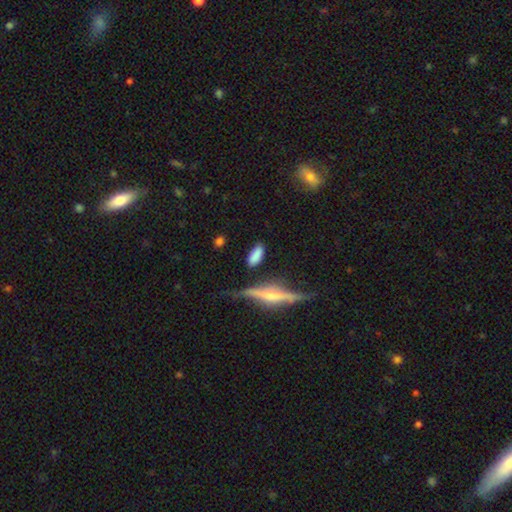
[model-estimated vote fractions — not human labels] A smooth galaxy with no disk features (78%) that is in between round and cigar-shaped (79%).

Vote fractions:
- Smooth or featured? smooth: 78% / featured or disk: 15% / star or artifact: 7%
- How rounded? in between: 79% / cigar-shaped: 17% / round: 3%
- Merging? none: 71% / minor disturbance: 18% / major disturbance: 6% / merger: 5%